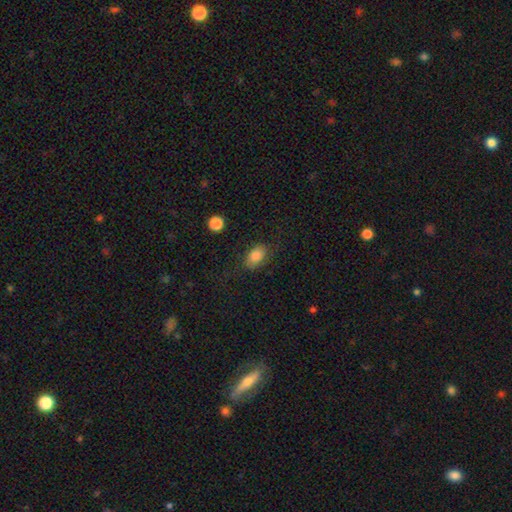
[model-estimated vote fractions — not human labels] Smooth or featured? smooth (81%)
How rounded? in between (87%)
Merging? none (72%)